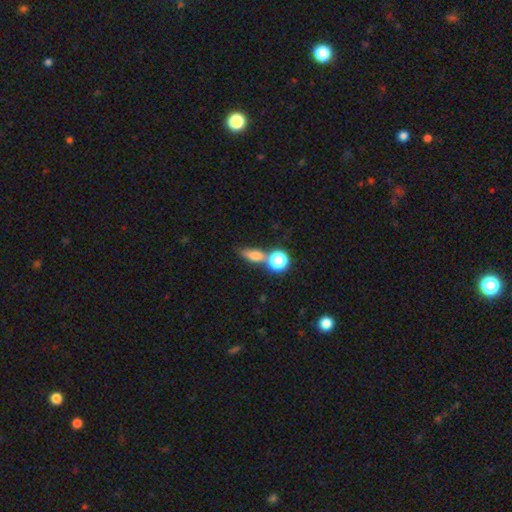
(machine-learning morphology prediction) Smooth or featured: smooth — 69% (featured or disk — 16%)
How rounded: in between — 52% (round — 26%)
Merging: none — 50% (merger — 31%)